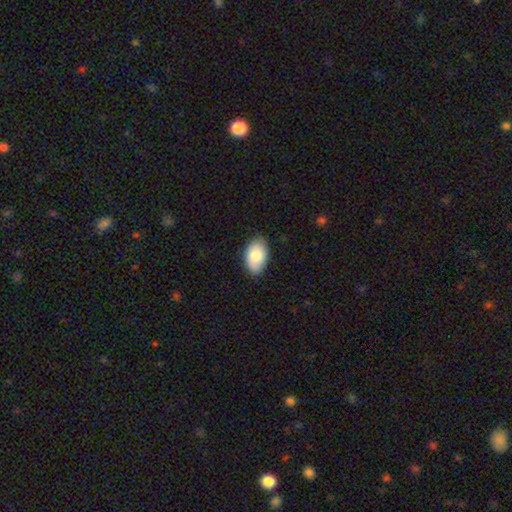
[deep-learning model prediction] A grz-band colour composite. It shows a smooth galaxy with no disk features (85%) that is in between round and cigar-shaped (93%). Merging: none (83%).